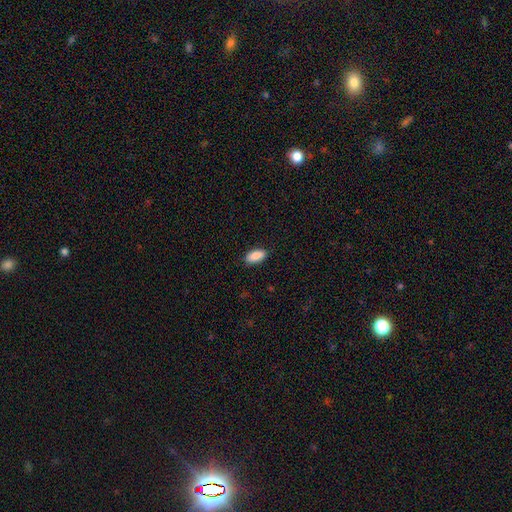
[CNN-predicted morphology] smooth_or_featured: smooth (p=0.89) [alt: star or artifact p=0.07]
how_rounded: in between (p=0.90) [alt: cigar-shaped p=0.08]
merging: none (p=0.87) [alt: minor disturbance p=0.10]